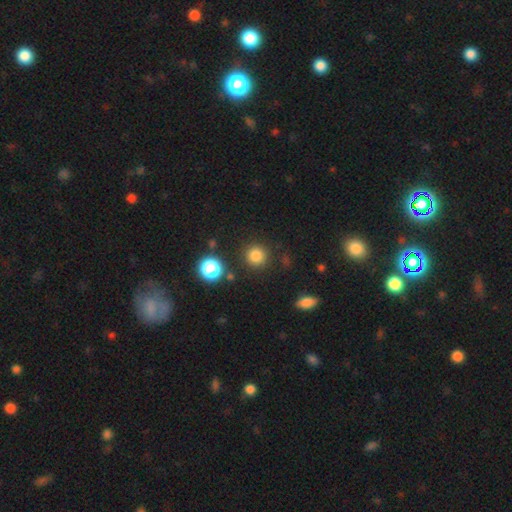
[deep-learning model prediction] A smooth galaxy with no disk features (82%) that is round (93%).

Vote fractions:
- Smooth or featured? smooth: 82% / star or artifact: 14% / featured or disk: 4%
- How rounded? round: 93% / in between: 6% / cigar-shaped: 1%
- Merging? none: 86% / minor disturbance: 7% / merger: 4% / major disturbance: 3%